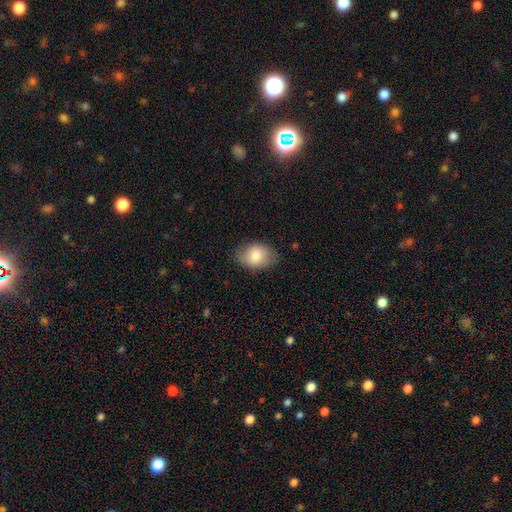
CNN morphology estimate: The model was most divided on "merging": none: 78%, minor disturbance: 17%, major disturbance: 4%, merger: 1%. More confident: how rounded — in between (81%); smooth or featured — smooth (79%).